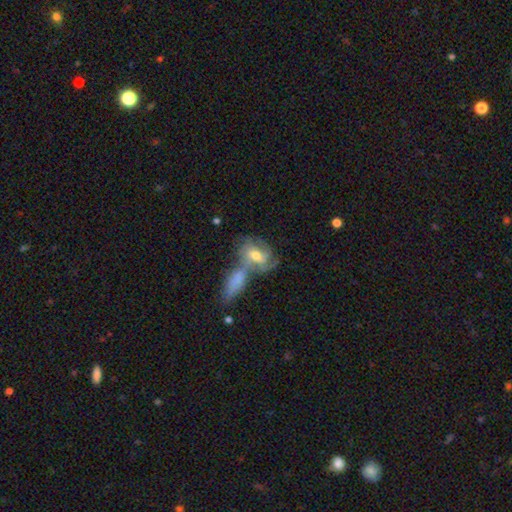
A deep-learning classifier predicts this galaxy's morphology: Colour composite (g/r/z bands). It shows a featured or disk galaxy (60%) with no bar (56%), spiral arms (80%) and a moderate central bulge (64%). Merging: merger (45%).